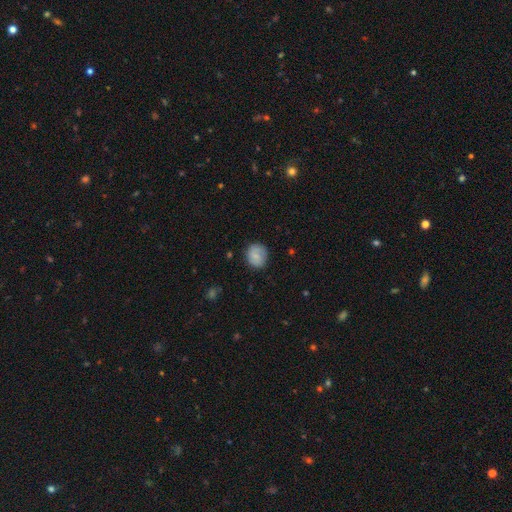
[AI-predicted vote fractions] This appears to be a smooth galaxy with no disk features (72%) that is round (76%). Merging: none (80%).